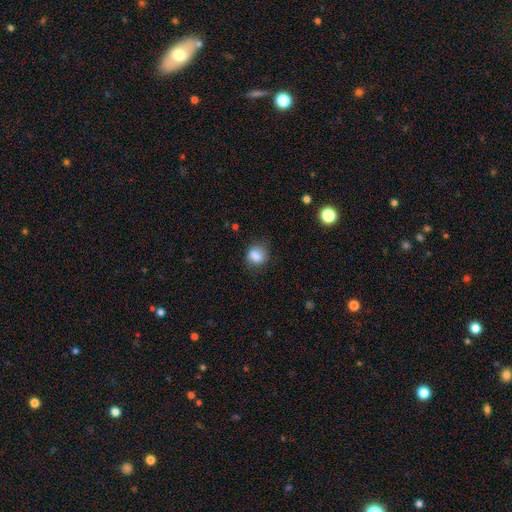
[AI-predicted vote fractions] A smooth galaxy with no disk features (85%) that is round (65%).

Vote fractions:
- Smooth or featured? smooth: 85% / star or artifact: 9% / featured or disk: 6%
- How rounded? round: 65% / in between: 34% / cigar-shaped: 1%
- Merging? none: 74% / minor disturbance: 19% / major disturbance: 6% / merger: 1%